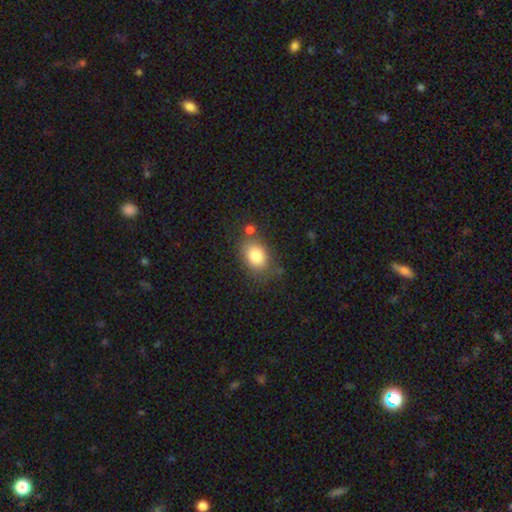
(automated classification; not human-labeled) A smooth galaxy with no disk features (82%) that is in between round and cigar-shaped (72%).

Vote fractions:
- Smooth or featured? smooth: 82% / featured or disk: 9% / star or artifact: 9%
- How rounded? in between: 72% / round: 27% / cigar-shaped: 1%
- Merging? none: 65% / minor disturbance: 18% / merger: 10% / major disturbance: 6%